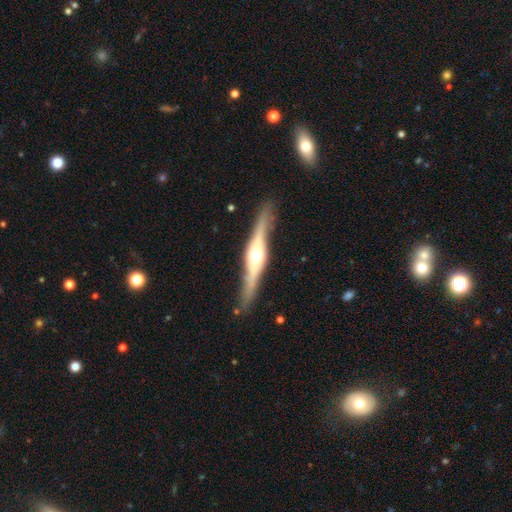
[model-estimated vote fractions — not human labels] Smooth or featured? featured or disk (77%)
Edge-on disk? yes (96%)
Edge-on bulge? rounded (90%)
Merging? none (83%)